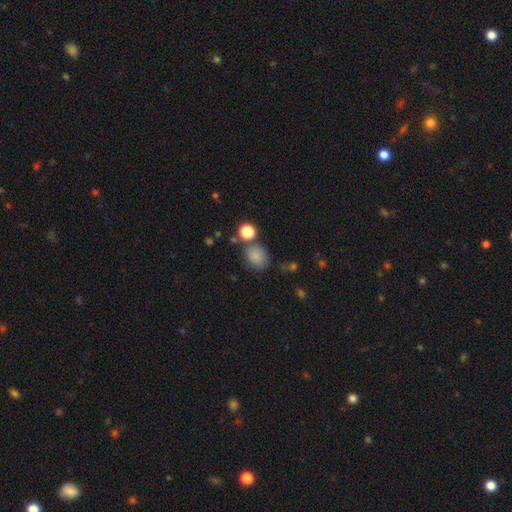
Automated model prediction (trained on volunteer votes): Smooth or featured: smooth — 82% (star or artifact — 12%)
How rounded: round — 56% (in between — 43%)
Merging: none — 69% (minor disturbance — 16%)